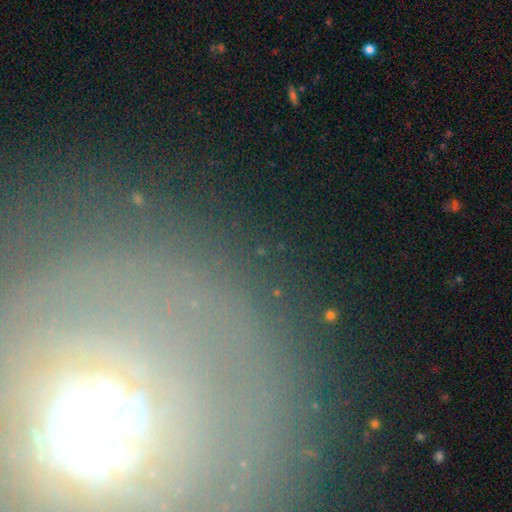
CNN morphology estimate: type=featured or disk (43%); merging=none (81%).